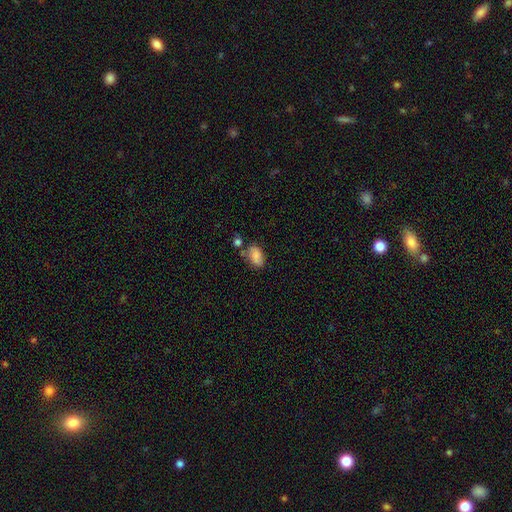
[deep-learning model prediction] Q: Smooth or featured?
A: smooth (81%); runner-up: featured or disk (11%)
Q: How rounded?
A: in between (89%); runner-up: round (9%)
Q: Merging?
A: none (57%); runner-up: minor disturbance (22%)